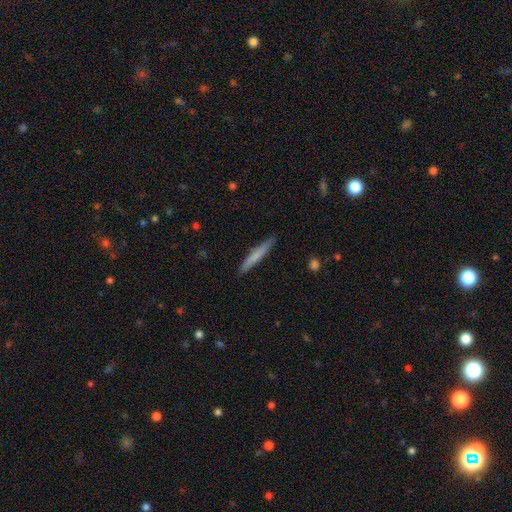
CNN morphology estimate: A smooth galaxy with no disk features (68%) that is cigar-shaped (96%). Merging: none (89%).